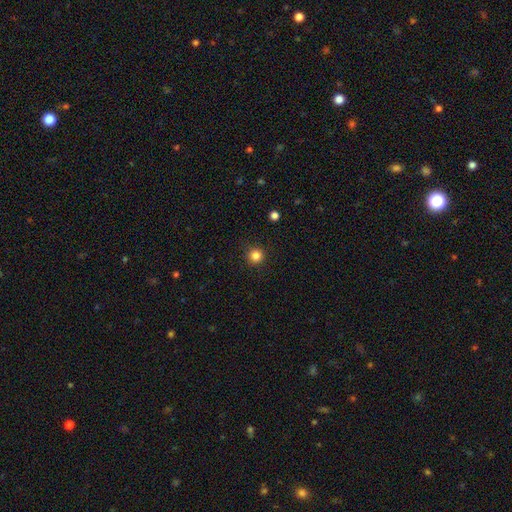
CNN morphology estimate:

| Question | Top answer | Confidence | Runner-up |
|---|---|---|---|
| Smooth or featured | smooth | 84% | star or artifact (12%) |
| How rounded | round | 96% | in between (3%) |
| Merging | none | 92% | minor disturbance (5%) |